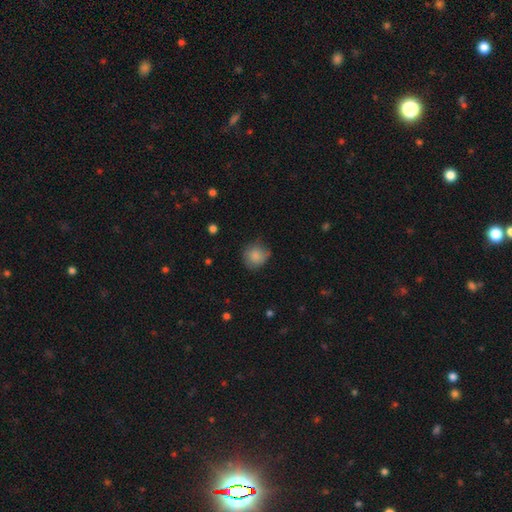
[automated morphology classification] Smooth or featured? smooth (83%)
How rounded? round (86%)
Merging? none (67%)